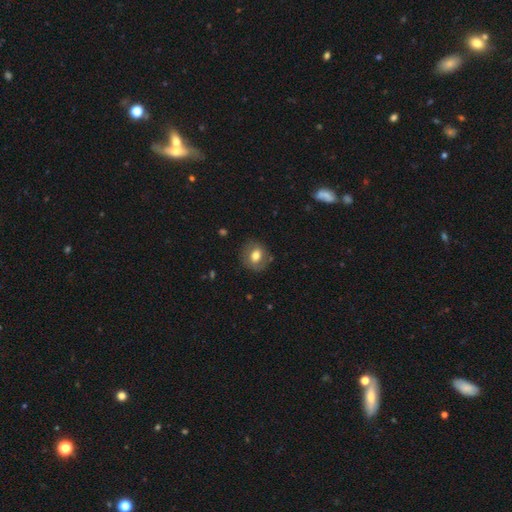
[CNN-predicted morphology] Smooth or featured? Predicted: smooth (p=0.68). How rounded? Predicted: round (p=0.66). Merging? Predicted: none (p=0.80).